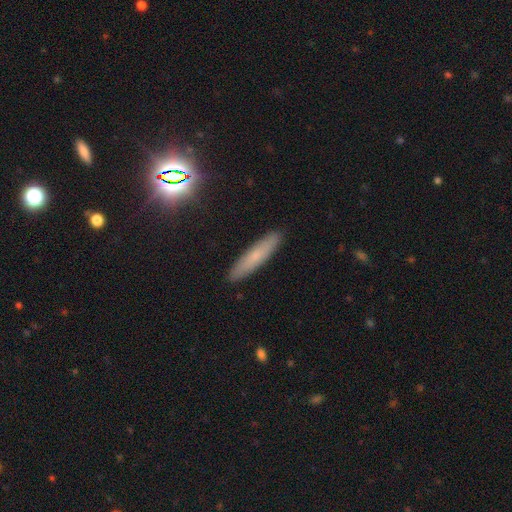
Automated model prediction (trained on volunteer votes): This is likely a smooth galaxy (64%). How rounded: clearly cigar-shaped (86%). Merging: clearly none (90%).